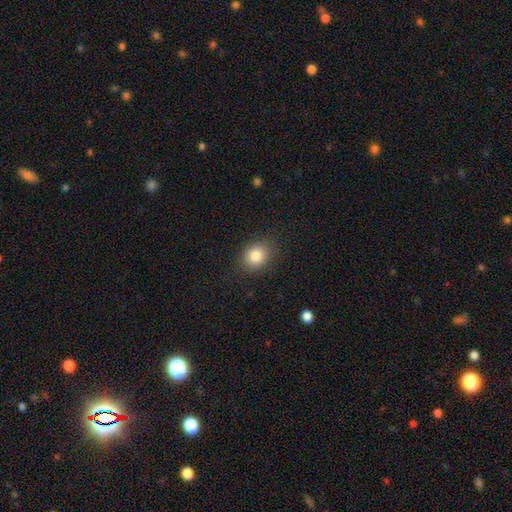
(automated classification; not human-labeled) Smooth or featured? smooth (84%)
How rounded? round (54%)
Merging? none (85%)